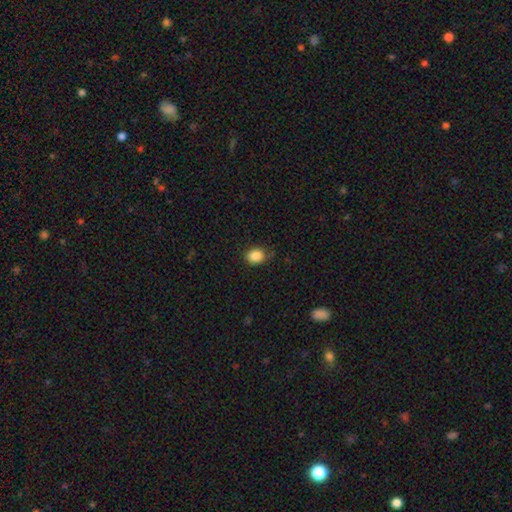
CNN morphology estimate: This is clearly a smooth galaxy (87%). How rounded: possibly round (52%). Merging: likely none (73%).